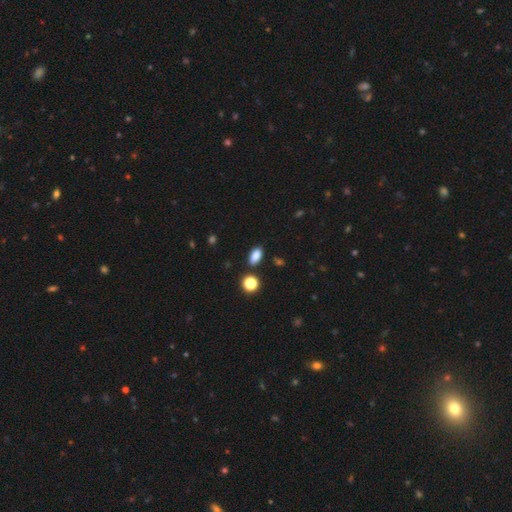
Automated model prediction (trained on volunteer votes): This is clearly a smooth galaxy (85%). How rounded: clearly in between (88%). Merging: clearly none (85%).